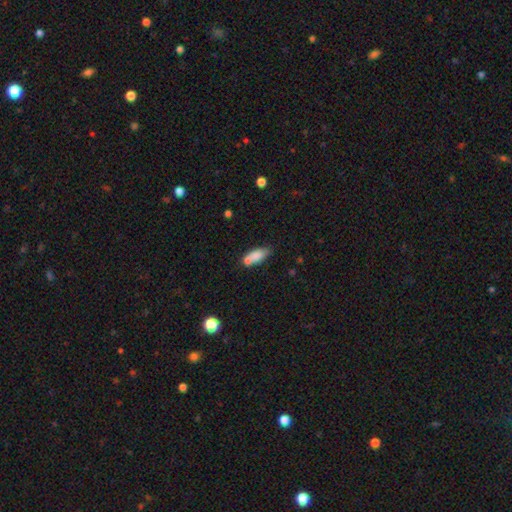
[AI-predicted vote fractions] Smooth or featured? Predicted: smooth (p=0.79). How rounded? Predicted: in between (p=0.76). Merging? Predicted: none (p=0.50).